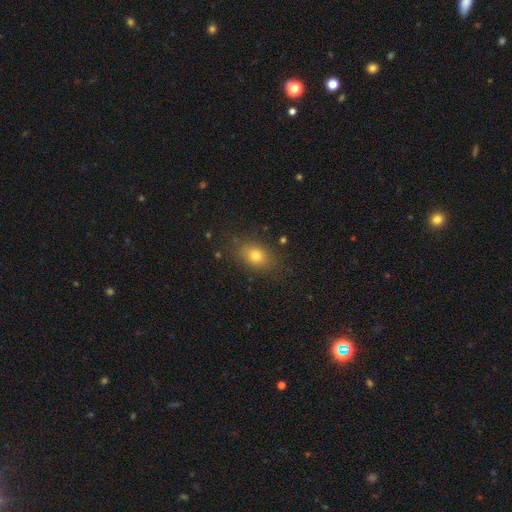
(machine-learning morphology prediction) Overall: smooth (76%). How rounded: in between (68%; round 30%). Merging: none (83%).